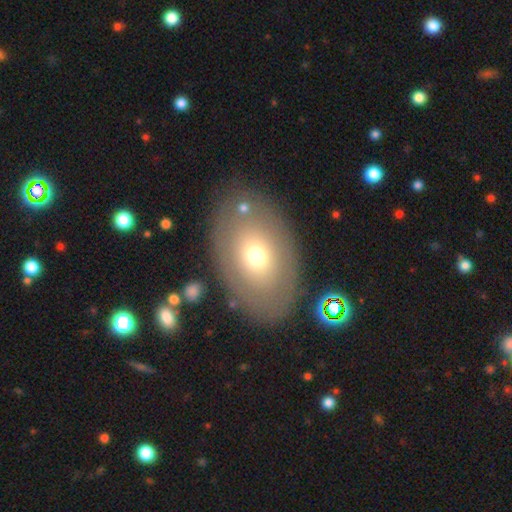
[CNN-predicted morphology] A smooth galaxy with no disk features (57%) that is in between round and cigar-shaped (86%).

Vote fractions:
- Smooth or featured? smooth: 57% / featured or disk: 34% / star or artifact: 9%
- How rounded? in between: 86% / round: 13% / cigar-shaped: 1%
- Merging? none: 80% / minor disturbance: 12% / major disturbance: 5% / merger: 3%